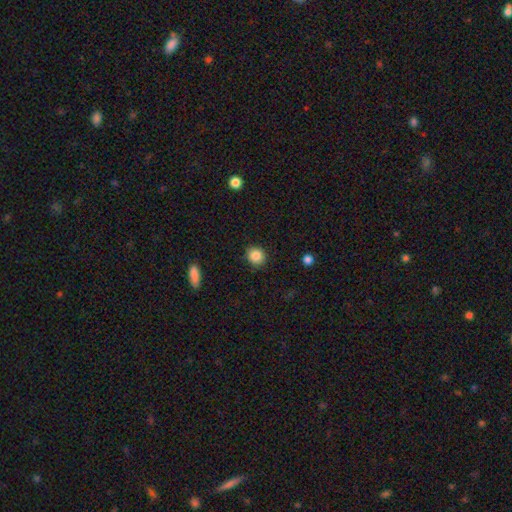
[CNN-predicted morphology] The model was most divided on "how rounded": round: 85%, in between: 14%, cigar-shaped: 1%. More confident: merging — none (90%); smooth or featured — smooth (86%).